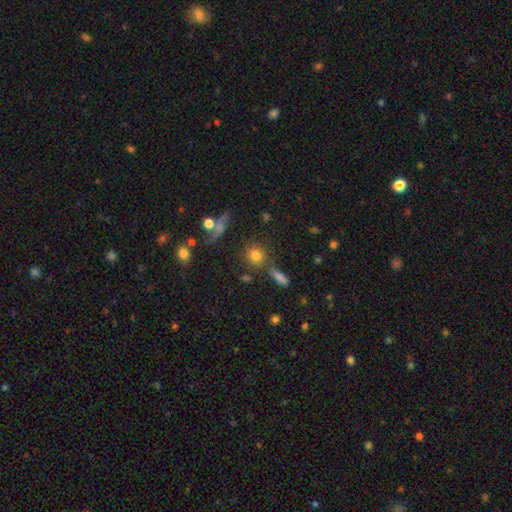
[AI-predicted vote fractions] This is likely a smooth galaxy (77%). How rounded: clearly round (82%). Merging: likely none (73%).